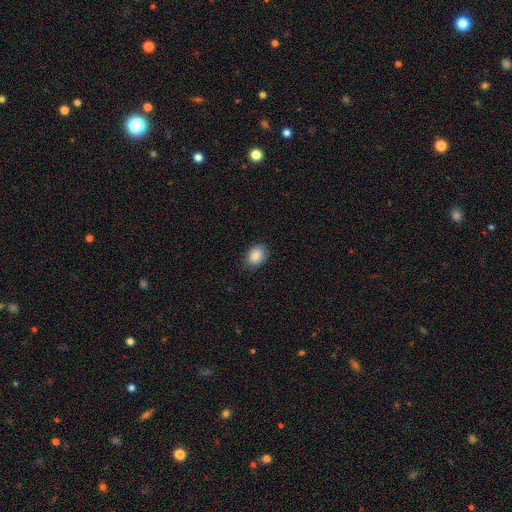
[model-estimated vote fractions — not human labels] Smooth or featured? smooth (88%)
How rounded? in between (66%)
Merging? none (81%)